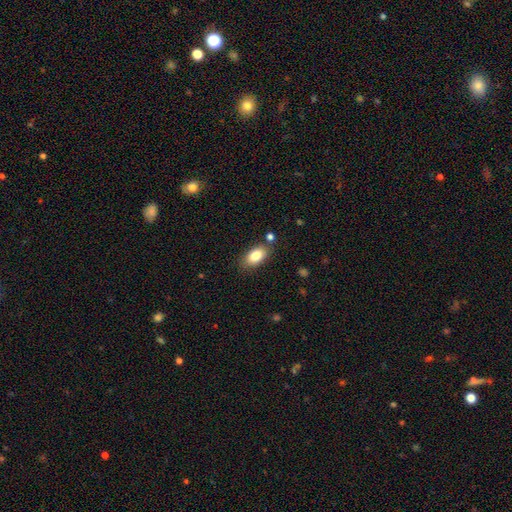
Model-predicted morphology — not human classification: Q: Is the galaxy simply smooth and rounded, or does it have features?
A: smooth — 83%.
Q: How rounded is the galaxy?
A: in between — 91%.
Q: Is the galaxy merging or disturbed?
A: none — 80%.